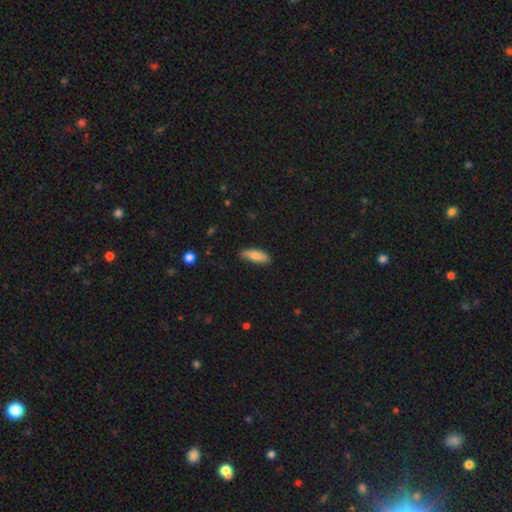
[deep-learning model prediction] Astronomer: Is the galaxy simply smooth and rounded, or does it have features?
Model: smooth — 84%.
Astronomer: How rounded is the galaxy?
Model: in between — 65%.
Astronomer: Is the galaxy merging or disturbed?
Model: none — 73%.